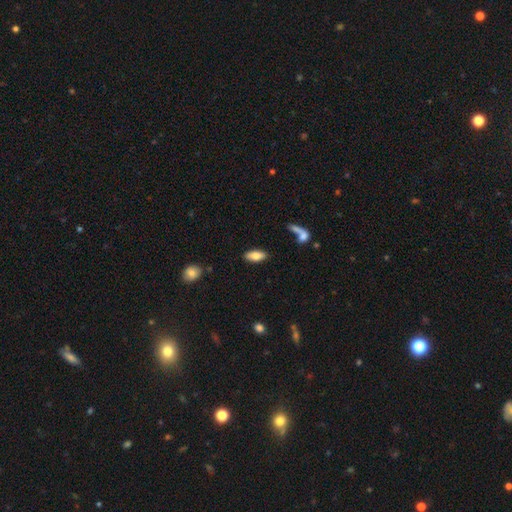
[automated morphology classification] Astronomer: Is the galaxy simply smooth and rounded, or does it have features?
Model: smooth — 76%.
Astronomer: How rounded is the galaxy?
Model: in between — 85%.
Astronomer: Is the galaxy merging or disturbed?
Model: none — 85%.